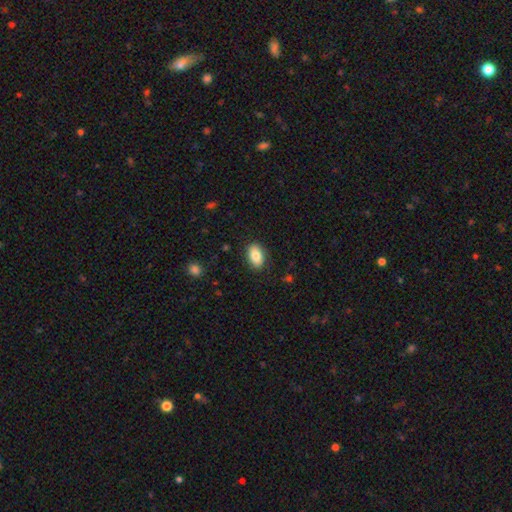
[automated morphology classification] A smooth galaxy with no disk features (82%) that is in between round and cigar-shaped (90%). Merging: none (87%).